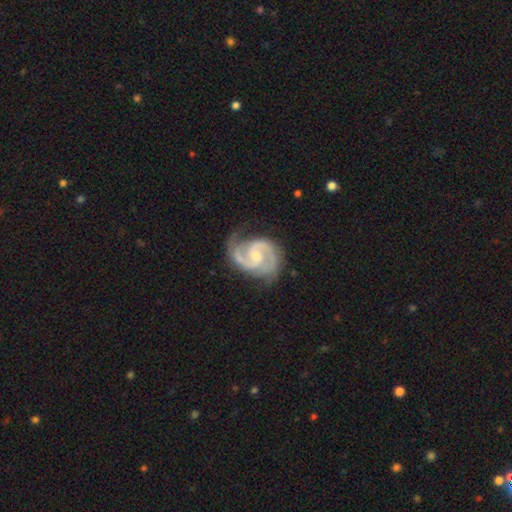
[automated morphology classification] Smooth or featured? featured or disk (92%)
Edge-on disk? no (98%)
Bar? no (52%)
Spiral arms? yes (98%)
Spiral winding? medium (58%)
Spiral arm count? 2 (90%)
Bulge size? small (56%)
Merging? none (70%)